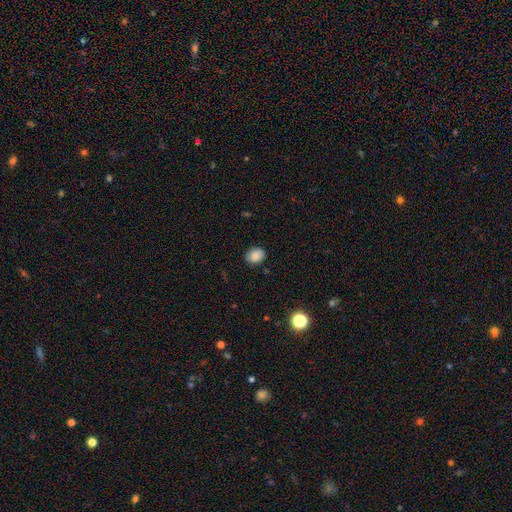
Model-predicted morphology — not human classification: A smooth galaxy with no disk features (85%) that is round (56%). Merging: none (81%).